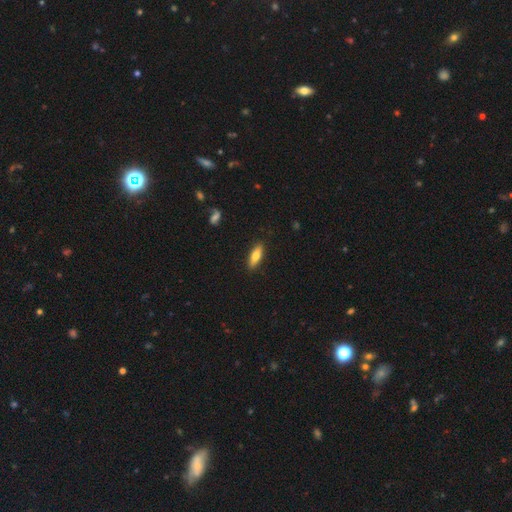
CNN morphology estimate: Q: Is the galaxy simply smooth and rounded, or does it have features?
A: smooth — 73%.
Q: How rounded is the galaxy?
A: in between — 53%.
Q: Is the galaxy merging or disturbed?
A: none — 88%.